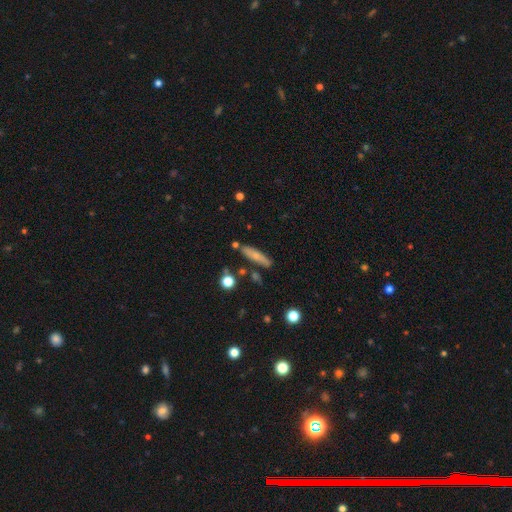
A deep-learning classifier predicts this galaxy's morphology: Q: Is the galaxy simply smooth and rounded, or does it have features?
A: smooth — 68%.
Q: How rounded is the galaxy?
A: cigar-shaped — 79%.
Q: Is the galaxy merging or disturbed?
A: none — 78%.